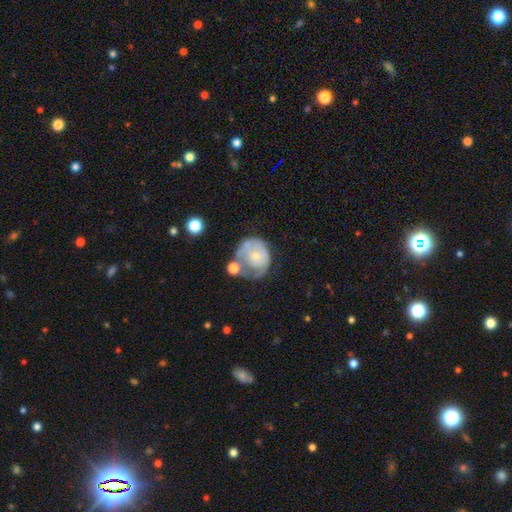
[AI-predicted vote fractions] The model was most divided on "merging": none: 29%, major disturbance: 27%, minor disturbance: 25%, merger: 19%. More confident: edge-on disk — no (98%); bar — no (85%); bulge size — small (59%); spiral arms — no (55%); smooth or featured — featured or disk (53%).